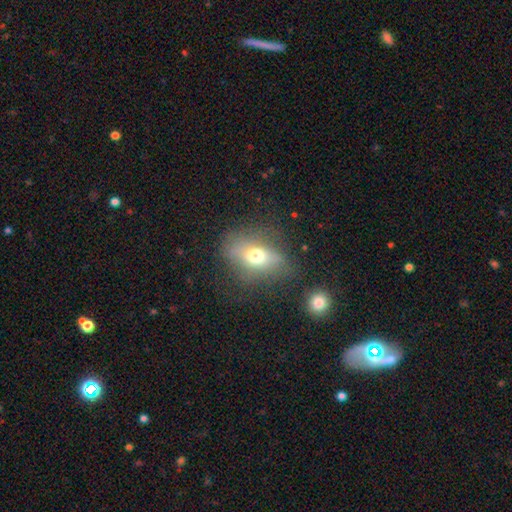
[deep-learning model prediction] smooth 59%, featured or disk 28%, star or artifact 13%. Down the decision tree: how rounded — in between (70%); merging — none (59%).